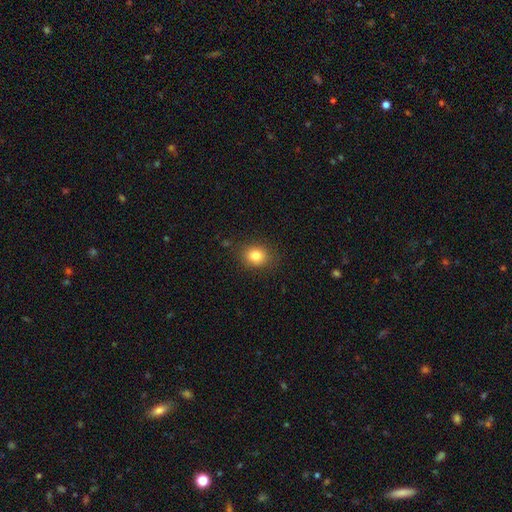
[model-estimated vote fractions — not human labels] The model was most divided on "how rounded": round: 63%, in between: 36%, cigar-shaped: 1%. More confident: merging — none (85%); smooth or featured — smooth (82%).